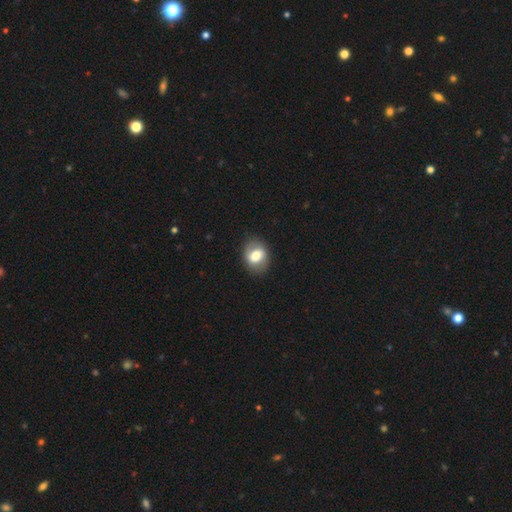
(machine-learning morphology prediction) Smooth or featured?
  - smooth: 61% *
  - featured or disk: 31%
  - star or artifact: 8%
How rounded?
  - in between: 60% *
  - round: 39%
  - cigar-shaped: 1%
Merging?
  - none: 84% *
  - minor disturbance: 11%
  - major disturbance: 4%
  - merger: 1%